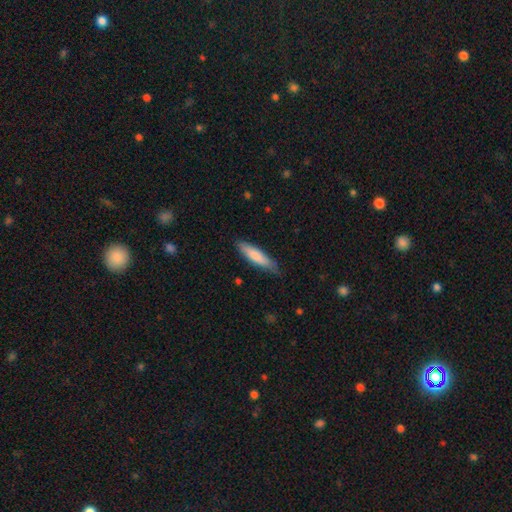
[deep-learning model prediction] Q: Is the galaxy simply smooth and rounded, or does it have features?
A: smooth — 80%.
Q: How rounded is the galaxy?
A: cigar-shaped — 69%.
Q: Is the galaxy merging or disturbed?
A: none — 75%.